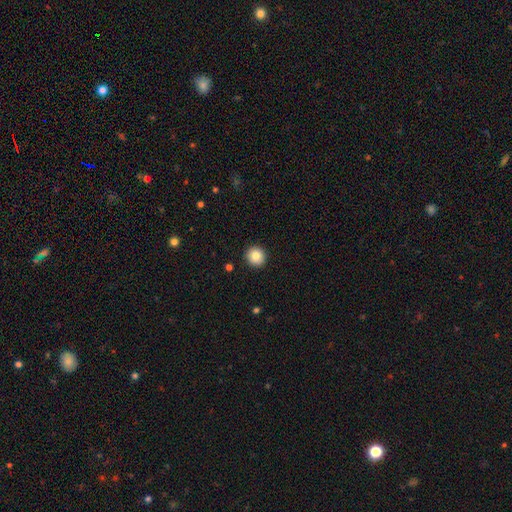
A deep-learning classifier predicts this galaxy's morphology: A smooth galaxy with no disk features (83%) that is round (94%). Merging: none (93%).